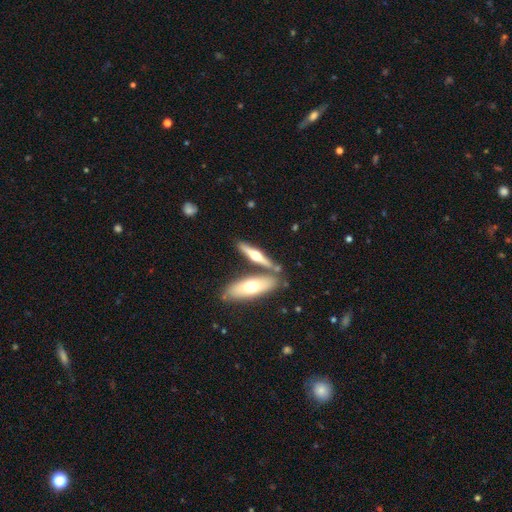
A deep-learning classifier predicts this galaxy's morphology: smooth-or-featured: featured or disk: 61% | smooth: 33% | star or artifact: 5%
  disk-edge-on: yes: 93% | no: 7%
    edge-on-bulge: rounded: 95% | none: 3% | boxy: 2%
  merging: none: 67% | merger: 21% | minor disturbance: 9% | major disturbance: 3%